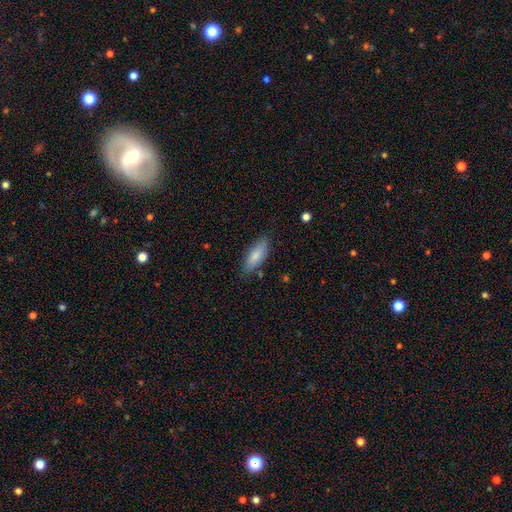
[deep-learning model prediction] Smooth or featured? smooth (81%)
How rounded? in between (66%)
Merging? none (81%)